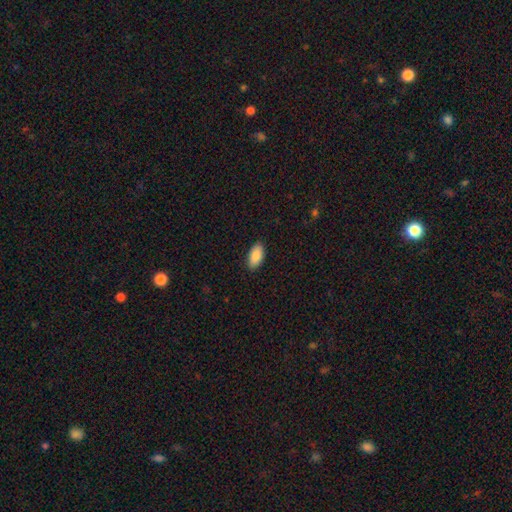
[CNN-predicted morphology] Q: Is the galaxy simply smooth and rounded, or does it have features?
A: smooth — 88%.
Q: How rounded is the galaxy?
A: in between — 94%.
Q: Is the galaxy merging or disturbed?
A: none — 89%.